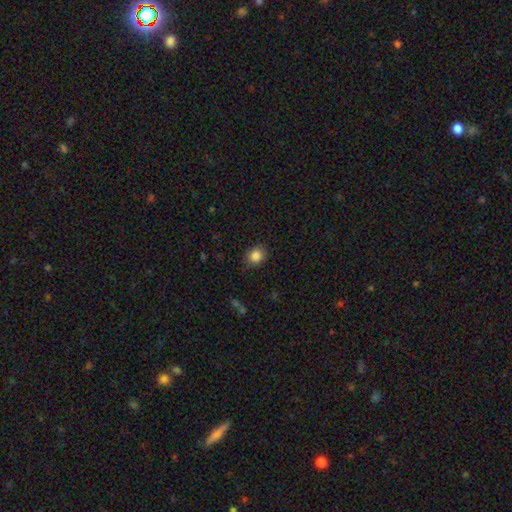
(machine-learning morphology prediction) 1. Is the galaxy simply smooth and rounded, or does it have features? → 85% smooth, 10% star or artifact, 4% featured or disk.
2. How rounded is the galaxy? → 76% round, 23% in between, 1% cigar-shaped.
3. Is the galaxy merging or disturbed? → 86% none, 11% minor disturbance, 3% major disturbance, 1% merger.